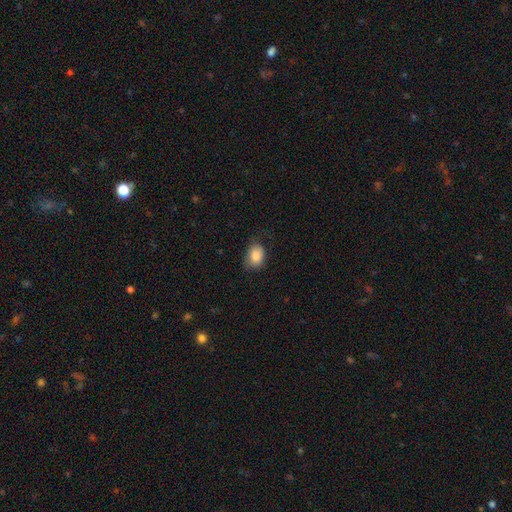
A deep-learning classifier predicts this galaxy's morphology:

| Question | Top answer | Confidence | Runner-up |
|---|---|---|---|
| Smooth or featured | smooth | 85% | star or artifact (8%) |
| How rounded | in between | 69% | round (30%) |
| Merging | none | 65% | minor disturbance (26%) |